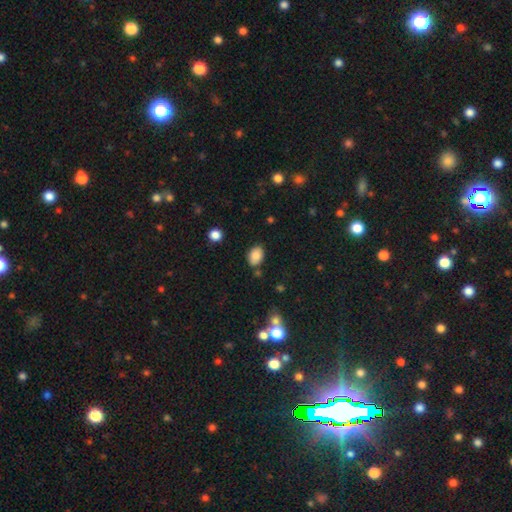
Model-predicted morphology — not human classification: The model was most divided on "merging": none: 77%, minor disturbance: 16%, merger: 4%, major disturbance: 3%. More confident: smooth or featured — smooth (85%); how rounded — in between (81%).